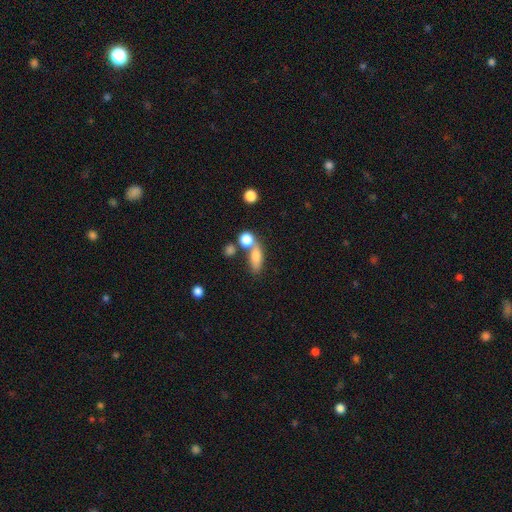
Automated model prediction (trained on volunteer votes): smooth_or_featured: smooth (p=0.74) [alt: featured or disk p=0.15]
how_rounded: in between (p=0.63) [alt: cigar-shaped p=0.21]
merging: none (p=0.46) [alt: merger p=0.34]